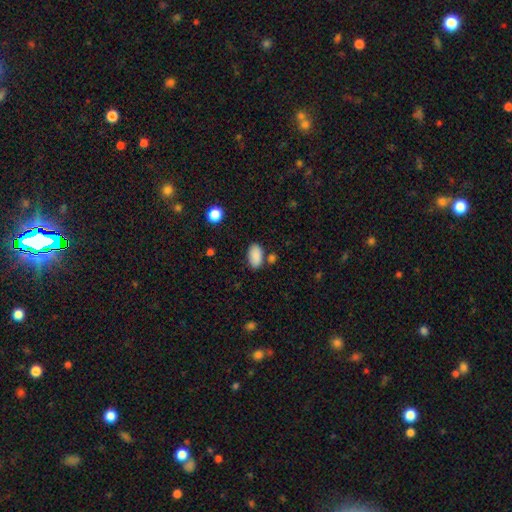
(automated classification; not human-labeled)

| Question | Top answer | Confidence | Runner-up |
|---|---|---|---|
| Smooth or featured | smooth | 88% | star or artifact (8%) |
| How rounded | in between | 93% | round (5%) |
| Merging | none | 74% | minor disturbance (13%) |